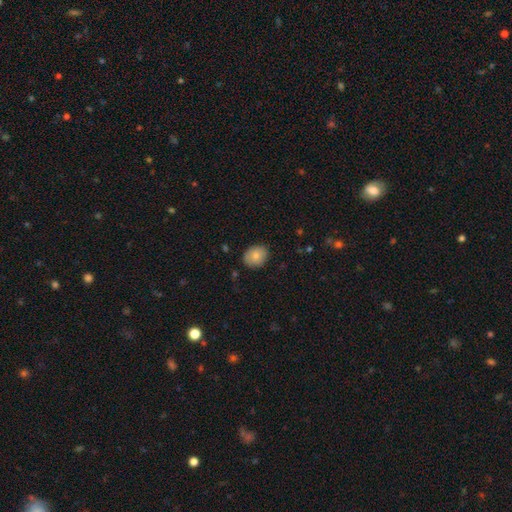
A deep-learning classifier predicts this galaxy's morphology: Smooth or featured?
  - smooth: 80% *
  - featured or disk: 12%
  - star or artifact: 8%
How rounded?
  - in between: 55% *
  - round: 44%
  - cigar-shaped: 1%
Merging?
  - none: 84% *
  - minor disturbance: 12%
  - major disturbance: 2%
  - merger: 1%